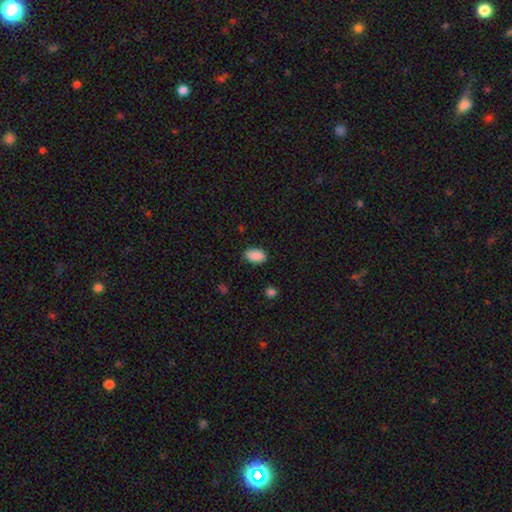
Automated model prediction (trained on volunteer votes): Q: Smooth or featured?
A: smooth (89%); runner-up: star or artifact (8%)
Q: How rounded?
A: in between (90%); runner-up: round (8%)
Q: Merging?
A: none (82%); runner-up: minor disturbance (14%)